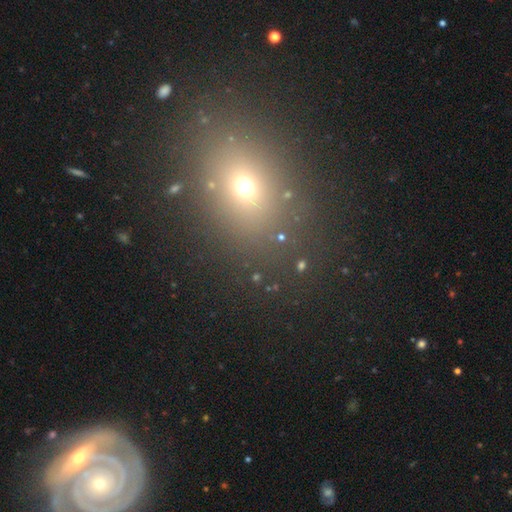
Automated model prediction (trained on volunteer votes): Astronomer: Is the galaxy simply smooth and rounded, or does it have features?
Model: smooth — 53%.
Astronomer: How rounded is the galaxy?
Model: in between — 56% (runner-up: round, 41%).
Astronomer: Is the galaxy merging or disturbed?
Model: none — 81%.